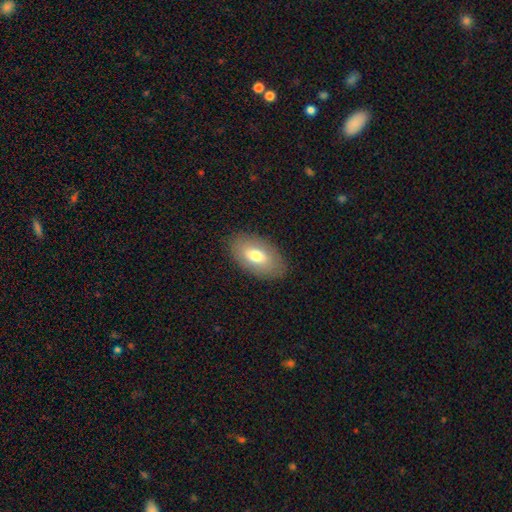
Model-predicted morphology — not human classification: Smooth or featured? Predicted: smooth (p=0.71). How rounded? Predicted: in between (p=0.93). Merging? Predicted: none (p=0.85).